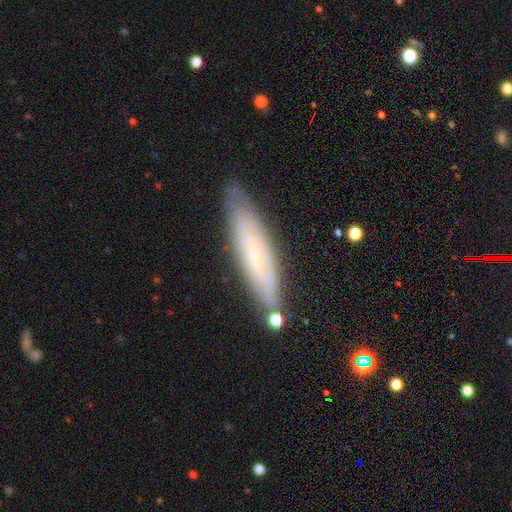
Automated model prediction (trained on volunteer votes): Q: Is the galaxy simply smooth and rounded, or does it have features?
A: featured or disk — 55%.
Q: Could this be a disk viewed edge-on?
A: no — 52%.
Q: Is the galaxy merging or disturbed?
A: none — 77%.